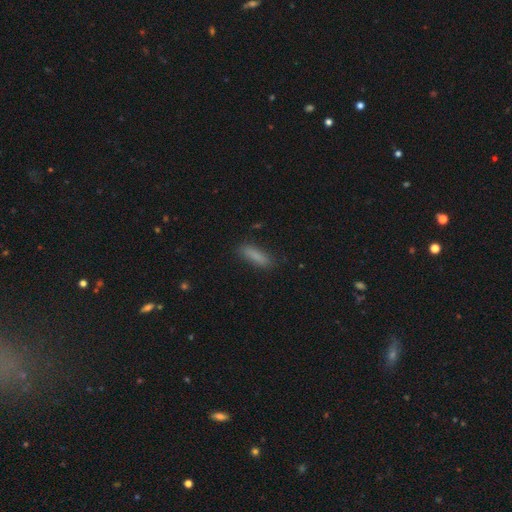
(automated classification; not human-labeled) Overall: smooth (86%). How rounded: cigar-shaped (63%; in between 35%). Merging: none (83%).